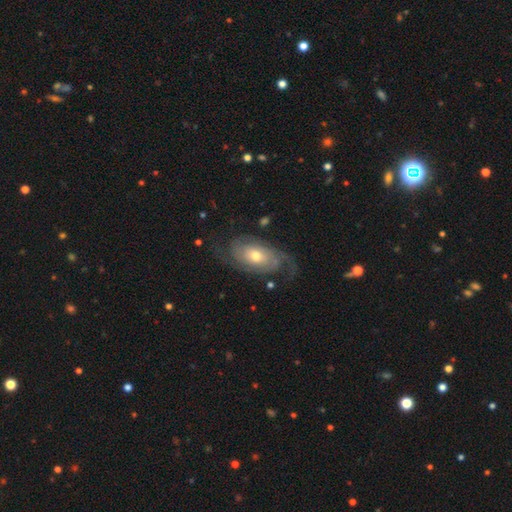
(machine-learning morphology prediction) This is clearly a featured or disk galaxy (83%). It is clearly not viewed edge-on (95%). Bar: likely no (73%). Spiral arm pattern: clearly yes (94%). Spiral arm count: likely 2 (65%). Spiral winding: marginally tight (42%). Central bulge: possibly moderate (59%). Merging: likely none (69%).